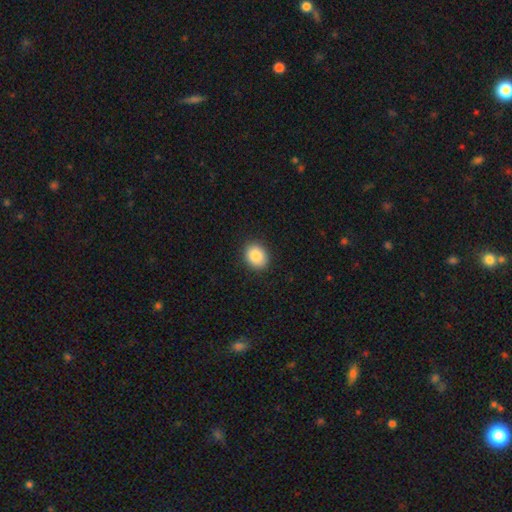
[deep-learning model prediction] The model was most divided on "how rounded": round: 54%, in between: 45%, cigar-shaped: 1%. More confident: merging — none (90%); smooth or featured — smooth (87%).